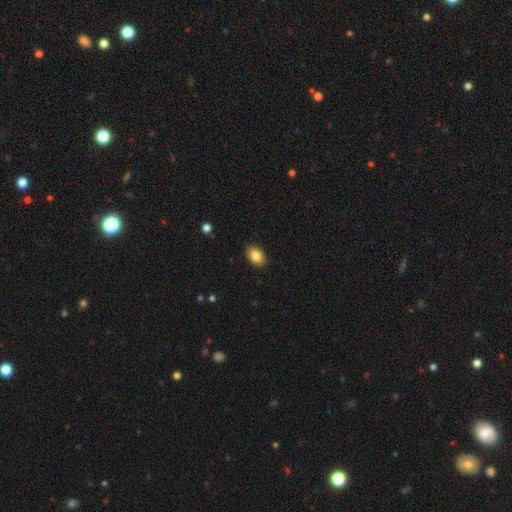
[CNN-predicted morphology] Smooth or featured: smooth — 84% (featured or disk — 8%)
How rounded: in between — 85% (round — 14%)
Merging: none — 89% (minor disturbance — 8%)